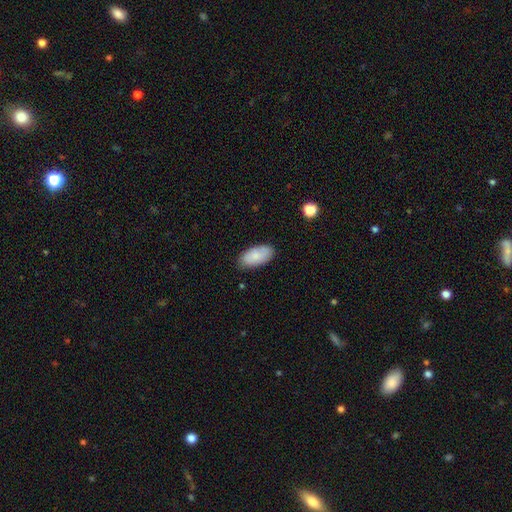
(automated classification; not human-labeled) Smooth or featured? Predicted: smooth (p=0.80). How rounded? Predicted: in between (p=0.94). Merging? Predicted: none (p=0.81).